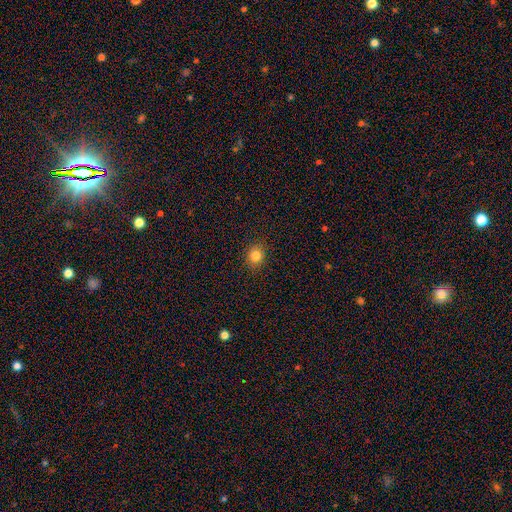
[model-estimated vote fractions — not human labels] This appears to be a smooth galaxy with no disk features (83%) that is round (77%). Merging: none (90%).